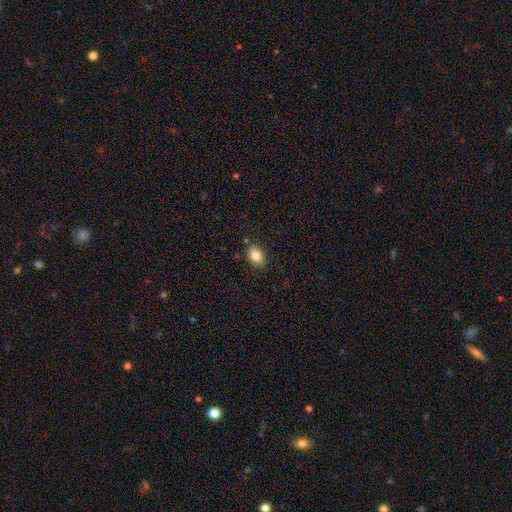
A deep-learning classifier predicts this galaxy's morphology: A smooth galaxy with no disk features (84%) that is in between round and cigar-shaped (77%).

Vote fractions:
- Smooth or featured? smooth: 84% / star or artifact: 9% / featured or disk: 7%
- How rounded? in between: 77% / round: 21% / cigar-shaped: 1%
- Merging? none: 83% / minor disturbance: 12% / major disturbance: 3% / merger: 2%